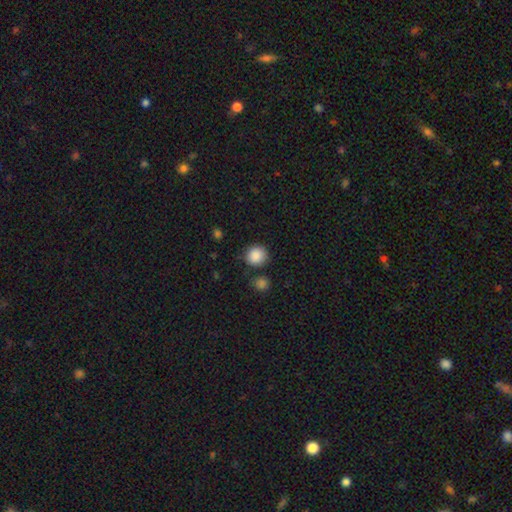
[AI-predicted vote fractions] Smooth or featured? Predicted: smooth (p=0.88). How rounded? Predicted: round (p=0.88). Merging? Predicted: none (p=0.79).